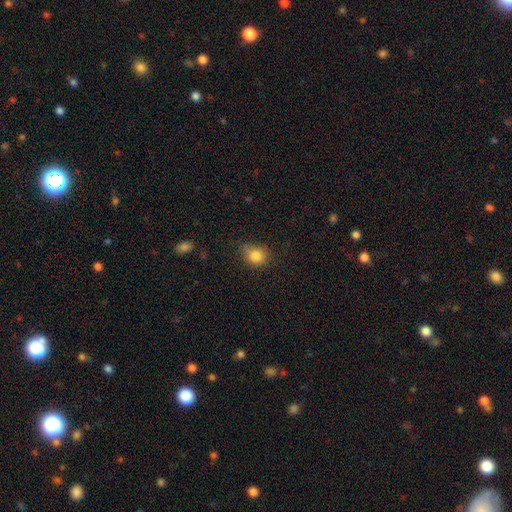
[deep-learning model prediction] This appears to be a smooth galaxy with no disk features (83%) that is round (68%). Merging: none (64%).